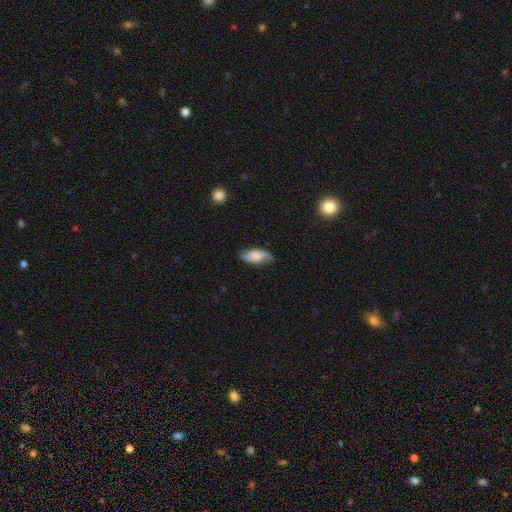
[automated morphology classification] Smooth or featured? smooth (61%)
How rounded? in between (88%)
Merging? none (70%)